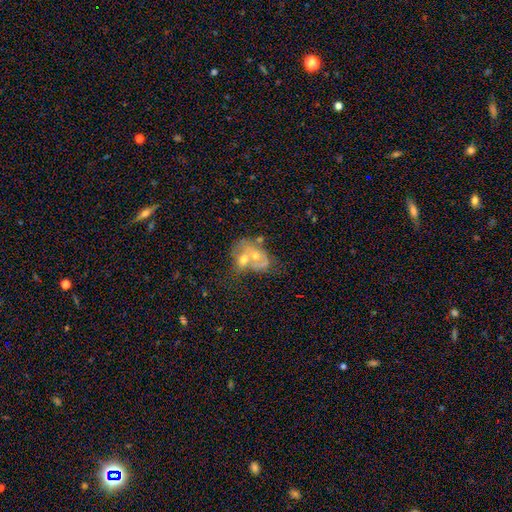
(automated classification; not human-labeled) Overall: featured or disk (53%; smooth 38%). Edge-on disk: no (97%). Bar: no (84%). Spiral arms: no (65%; yes 35%). Bulge size: moderate (61%; small 27%). Merging: merger (72%).